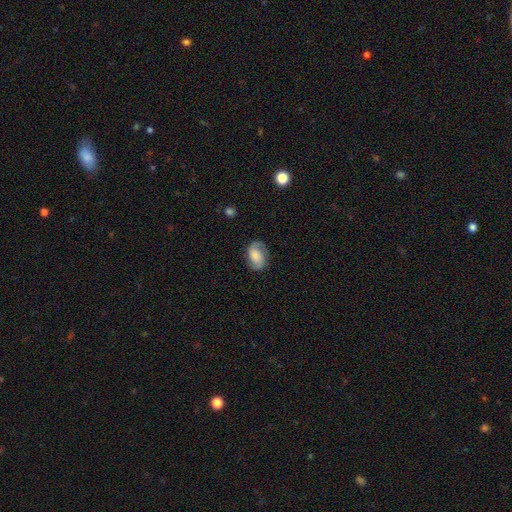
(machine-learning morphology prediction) featured or disk 57%, smooth 35%, star or artifact 8%. Down the decision tree: edge-on disk — no (97%); bar — no (56%); spiral arms — yes (91%); spiral arm count — 2 (87%); spiral winding — medium (44%); bulge size — large (29%); merging — none (77%).